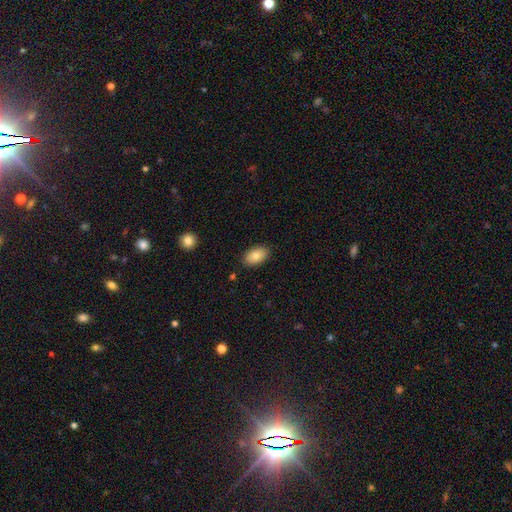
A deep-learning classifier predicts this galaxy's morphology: smooth 81%, featured or disk 11%, star or artifact 7%. Down the decision tree: how rounded — in between (93%); merging — none (87%).